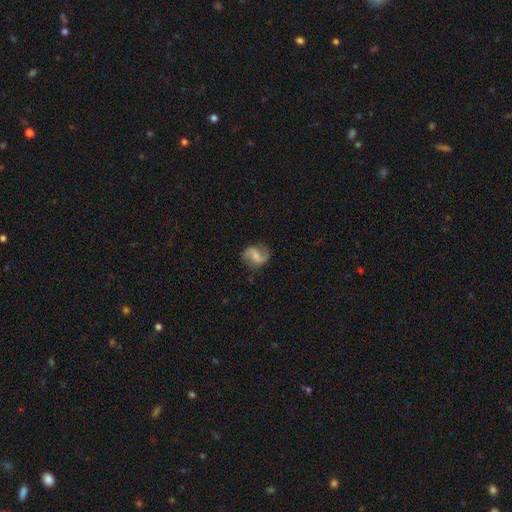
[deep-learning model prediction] Smooth or featured? Predicted: featured or disk (p=0.76). Edge-on disk? Predicted: no (p=0.98). Bar? Predicted: weak (p=0.47). Spiral arms? Predicted: yes (p=0.94). Spiral winding? Predicted: loose (p=0.52). Spiral arm count? Predicted: 2 (p=0.90). Bulge size? Predicted: small (p=0.50). Merging? Predicted: none (p=0.77).